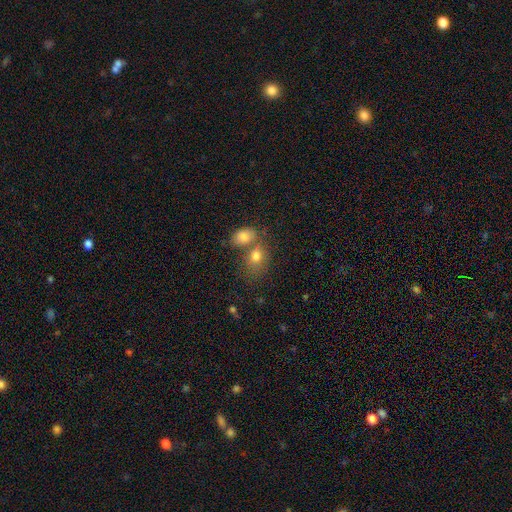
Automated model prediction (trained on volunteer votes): Smooth or featured? Predicted: smooth (p=0.76). How rounded? Predicted: in between (p=0.69). Merging? Predicted: merger (p=0.47).